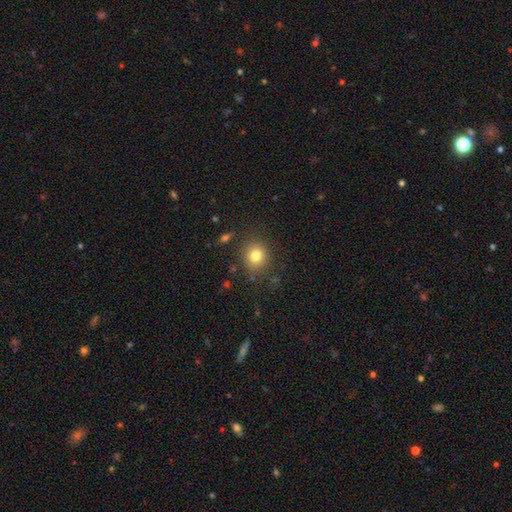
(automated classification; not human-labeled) Overall: smooth (79%). How rounded: round (81%). Merging: none (83%).